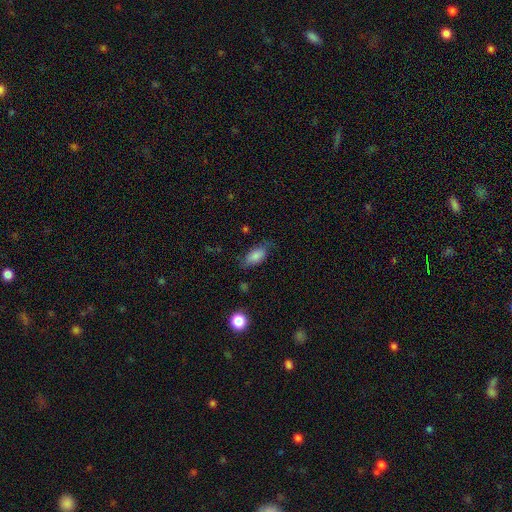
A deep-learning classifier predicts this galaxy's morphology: Overall: smooth (80%). How rounded: in between (89%). Merging: none (66%).